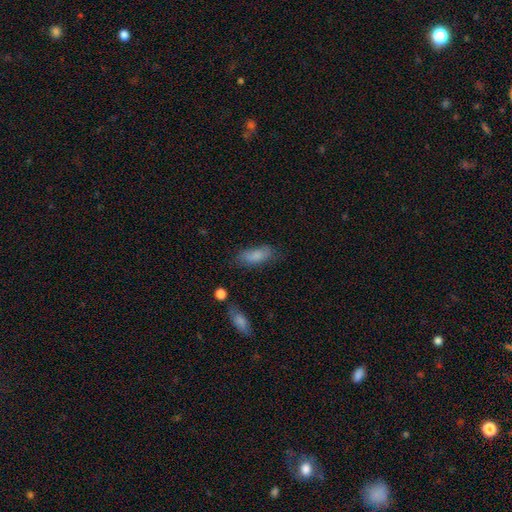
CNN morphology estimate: This appears to be a smooth galaxy with no disk features (81%) that is in between round and cigar-shaped (73%). Merging: none (62%).